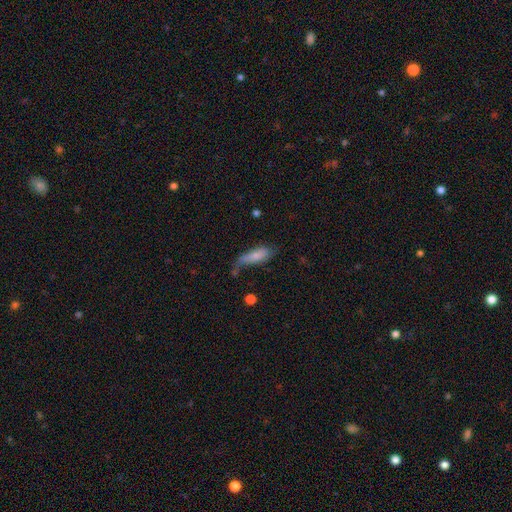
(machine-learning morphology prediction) type=smooth (72%); roundness=in between (59%); merging=none (38%).